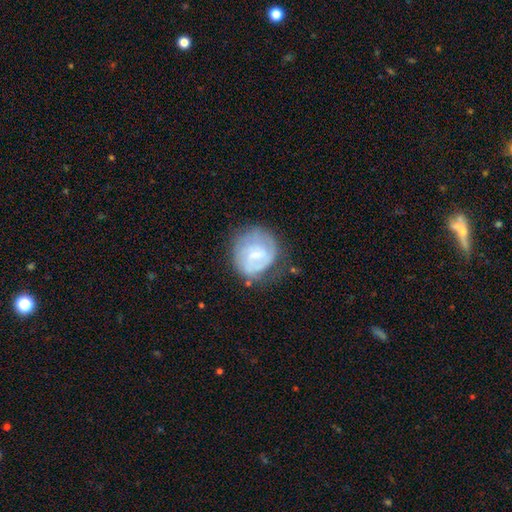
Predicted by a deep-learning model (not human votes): featured or disk 63%, smooth 30%, star or artifact 7%. Down the decision tree: edge-on disk — no (98%); bar — weak (52%); spiral arms — yes (80%); bulge size — small (63%); merging — none (56%).